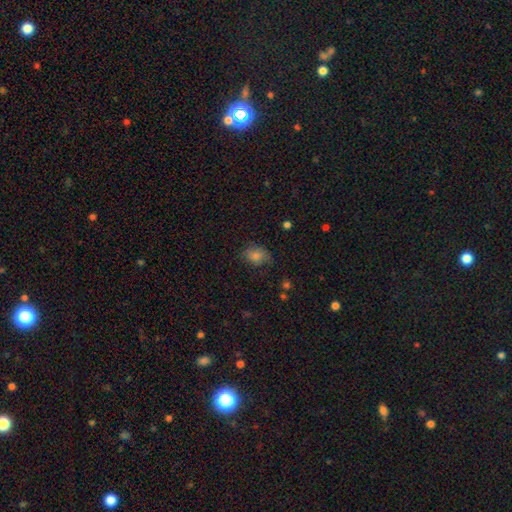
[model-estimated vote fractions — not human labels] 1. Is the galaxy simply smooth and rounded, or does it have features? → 73% smooth, 16% star or artifact, 11% featured or disk.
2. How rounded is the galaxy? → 58% in between, 41% round, 1% cigar-shaped.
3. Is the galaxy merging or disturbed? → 70% none, 22% minor disturbance, 6% major disturbance, 1% merger.